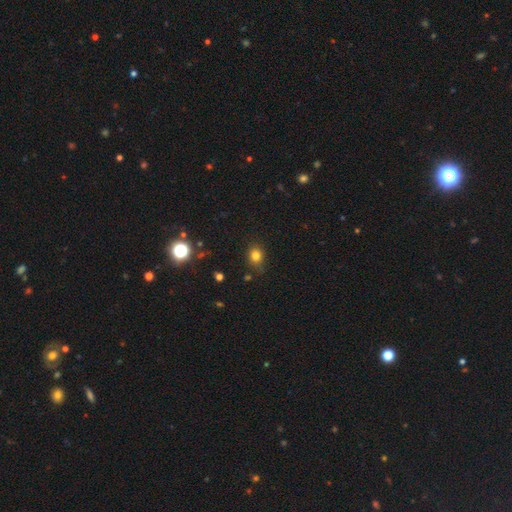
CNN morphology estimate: type=smooth (80%); roundness=round (56%); merging=none (78%).